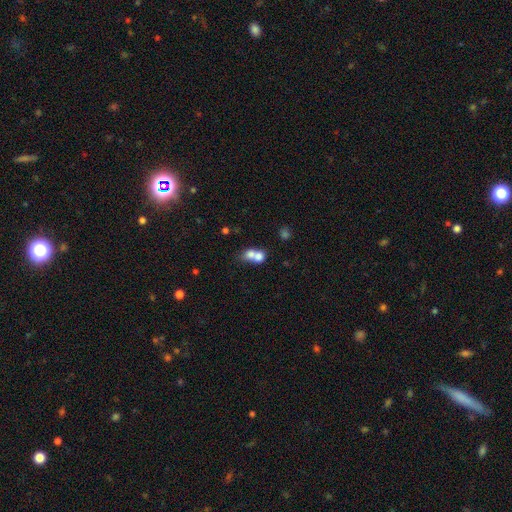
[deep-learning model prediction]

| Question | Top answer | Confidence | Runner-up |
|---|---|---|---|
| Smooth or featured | smooth | 72% | featured or disk (18%) |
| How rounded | round | 58% | in between (40%) |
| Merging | merger | 71% | none (19%) |